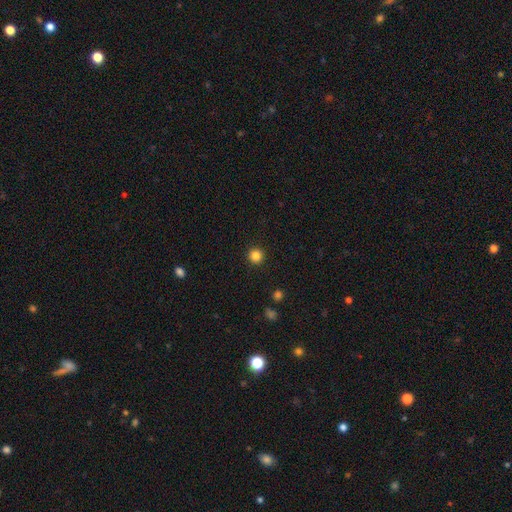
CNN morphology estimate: This appears to be a smooth galaxy with no disk features (85%) that is round (96%). Merging: none (93%).